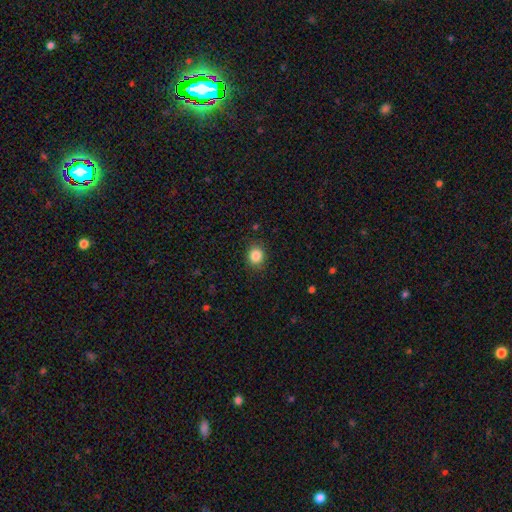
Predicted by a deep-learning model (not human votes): Overall: smooth (86%). How rounded: round (75%). Merging: none (87%).